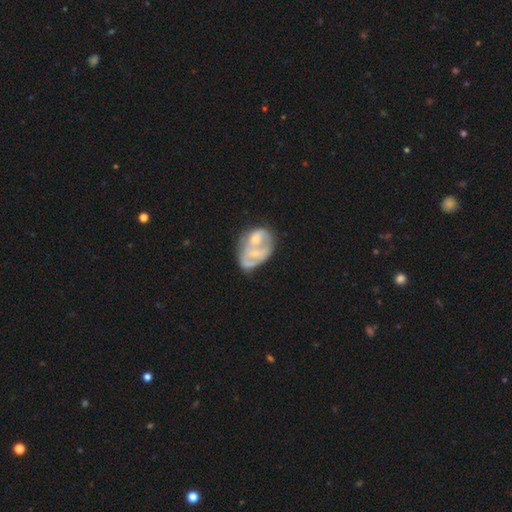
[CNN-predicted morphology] This appears to be a featured or disk galaxy (55%) with no bar (80%), no spiral arms (73%) and a small central bulge (45%). Merging: merger (48%).